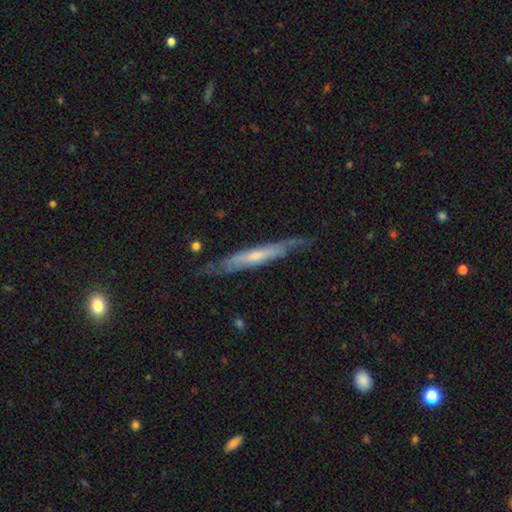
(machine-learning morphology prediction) A featured or disk galaxy (64%) viewed edge-on (77%). Merging: none (71%).